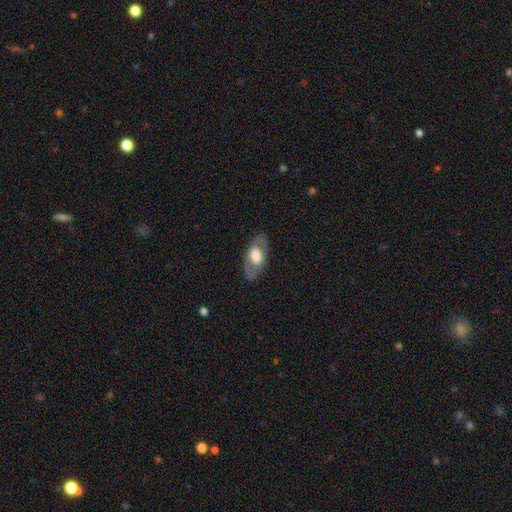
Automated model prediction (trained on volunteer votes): Smooth or featured? Predicted: featured or disk (p=0.50). Edge-on disk? Predicted: no (p=0.81). Merging? Predicted: none (p=0.82).